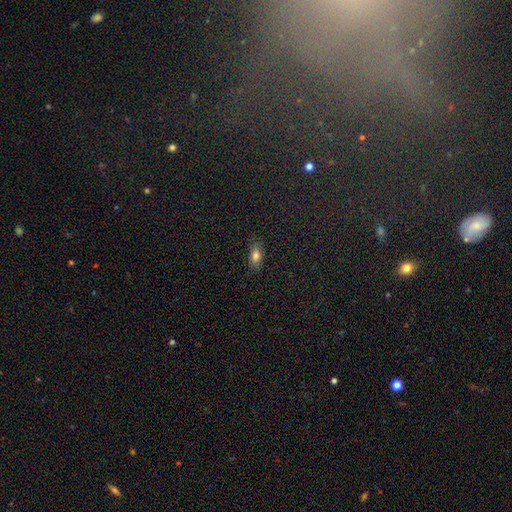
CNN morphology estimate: This appears to be a smooth galaxy with no disk features (80%) that is in between round and cigar-shaped (84%). Merging: none (82%).